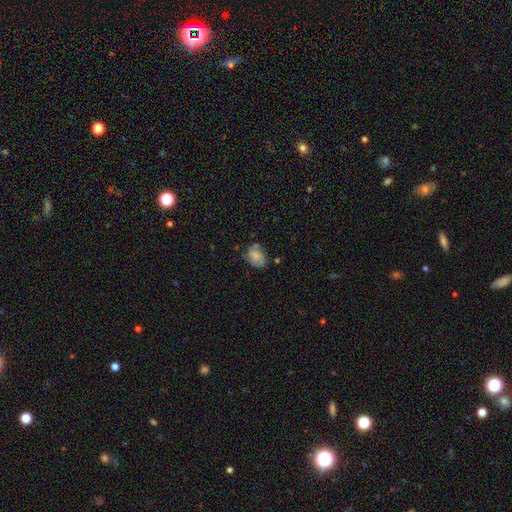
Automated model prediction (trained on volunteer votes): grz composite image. It shows a smooth galaxy with no disk features (71%) that is in between round and cigar-shaped (76%). Merging: none (59%).